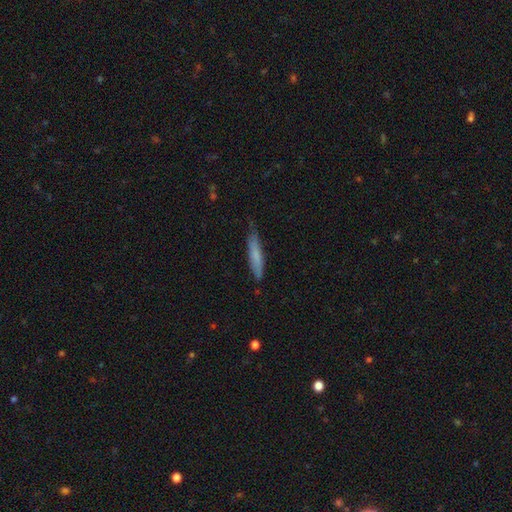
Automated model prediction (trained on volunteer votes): A smooth galaxy with no disk features (72%) that is cigar-shaped (89%). Merging: none (73%).